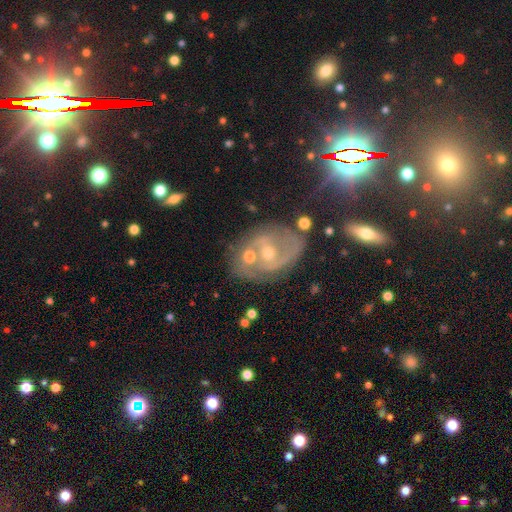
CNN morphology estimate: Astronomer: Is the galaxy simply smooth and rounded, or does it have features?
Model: featured or disk — 70%.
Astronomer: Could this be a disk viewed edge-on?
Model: no — 95%.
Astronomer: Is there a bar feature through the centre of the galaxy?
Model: no — 47% (runner-up: weak, 39%).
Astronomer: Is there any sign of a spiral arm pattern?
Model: yes — 82%.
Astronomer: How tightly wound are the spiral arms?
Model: tight — 43% (runner-up: medium, 39%).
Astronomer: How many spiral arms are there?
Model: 2 — 58%.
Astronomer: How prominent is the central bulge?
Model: small — 55% (runner-up: moderate, 40%).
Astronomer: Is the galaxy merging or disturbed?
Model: none — 54%.